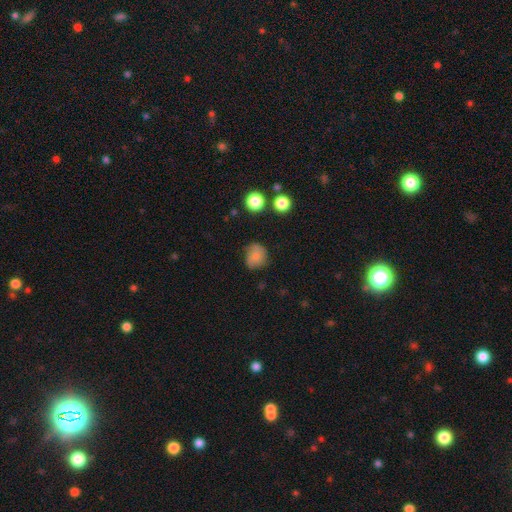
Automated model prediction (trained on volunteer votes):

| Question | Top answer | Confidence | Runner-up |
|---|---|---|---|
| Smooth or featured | smooth | 74% | featured or disk (16%) |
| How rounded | round | 77% | in between (22%) |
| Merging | none | 60% | minor disturbance (27%) |